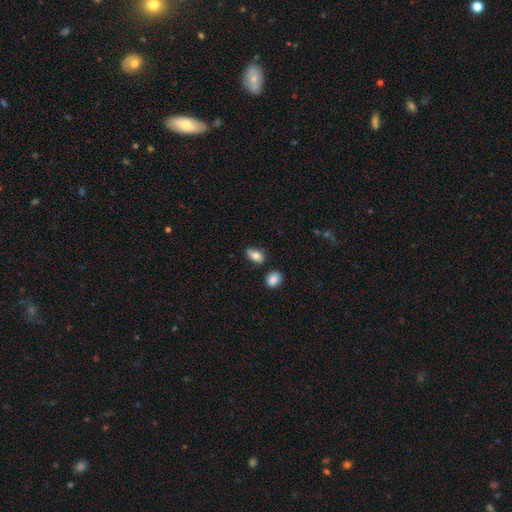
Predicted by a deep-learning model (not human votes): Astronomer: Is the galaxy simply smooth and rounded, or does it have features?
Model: smooth — 80%.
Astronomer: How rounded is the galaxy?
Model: in between — 86%.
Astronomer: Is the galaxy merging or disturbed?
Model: none — 72%.